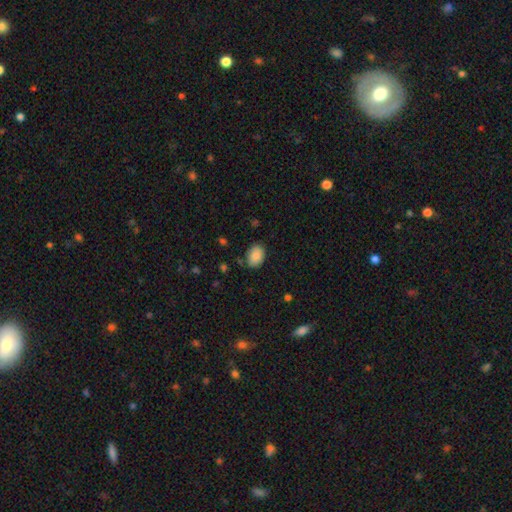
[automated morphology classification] smooth 88%, star or artifact 7%, featured or disk 4%. Down the decision tree: how rounded — in between (80%); merging — none (82%).